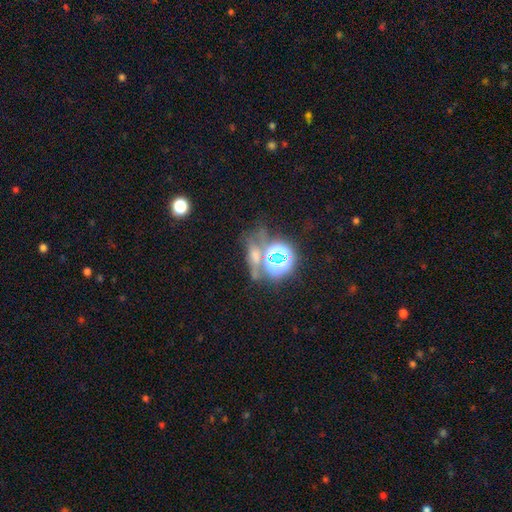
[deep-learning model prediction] Smooth or featured?
  - star or artifact: 56% *
  - smooth: 26%
  - featured or disk: 18%